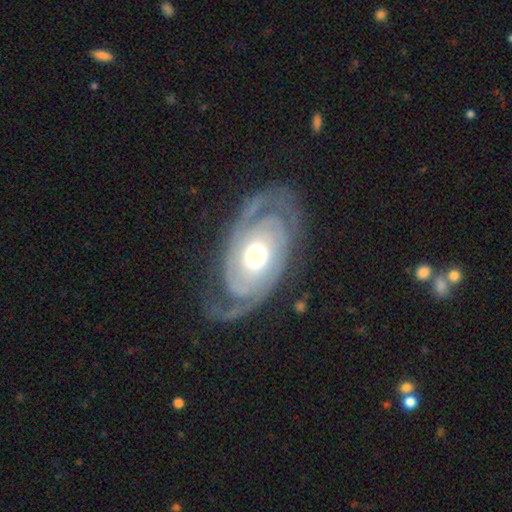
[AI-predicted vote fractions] Smooth or featured?
  - featured or disk: 88% *
  - smooth: 8%
  - star or artifact: 4%
Edge-on disk?
  - no: 95% *
  - yes: 5%
Bar?
  - no: 75% *
  - weak: 17%
  - strong: 8%
Spiral arms?
  - yes: 95% *
  - no: 5%
Spiral winding?
  - tight: 57% *
  - medium: 32%
  - loose: 12%
Spiral arm count?
  - 2: 81% *
  - can't tell: 7%
  - 3: 4%
  - 1: 3%
  - 4: 2%
  - more than 4: 2%
Bulge size?
  - moderate: 65% *
  - large: 23%
  - small: 8%
  - dominant: 2%
  - none: 1%
Merging?
  - none: 73% *
  - minor disturbance: 16%
  - major disturbance: 10%
  - merger: 2%